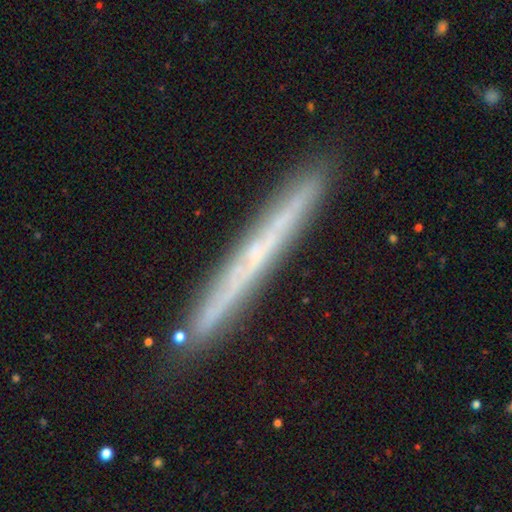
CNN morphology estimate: Smooth or featured? featured or disk (64%)
Edge-on disk? yes (96%)
Edge-on bulge? none (83%)
Merging? none (89%)